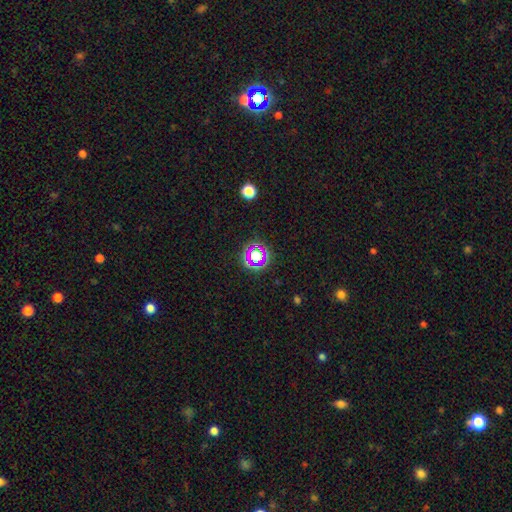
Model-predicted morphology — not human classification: This appears to be a star or artifact, not a galaxy (60%).